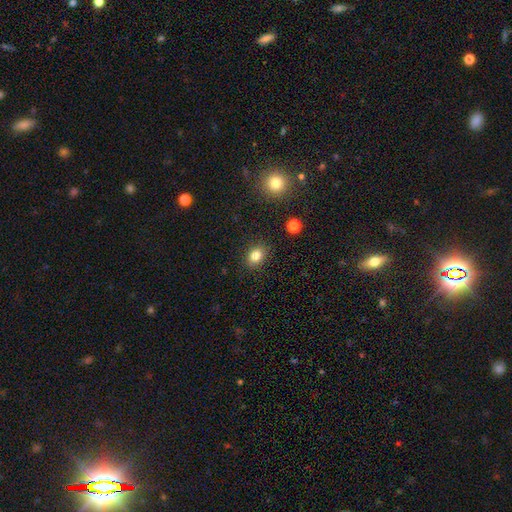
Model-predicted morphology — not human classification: A smooth galaxy with no disk features (82%) that is in between round and cigar-shaped (52%). Merging: none (87%).